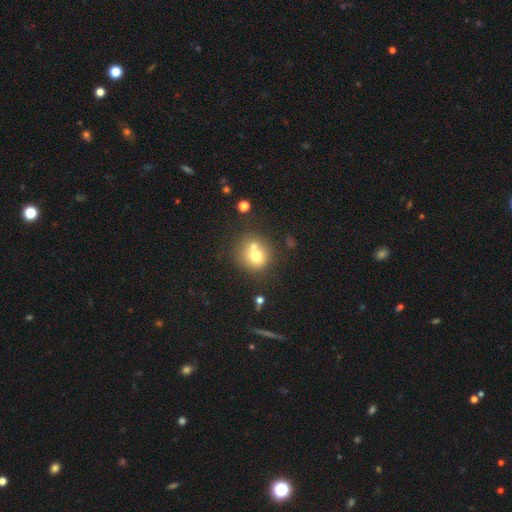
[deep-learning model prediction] Smooth or featured? Predicted: smooth (p=0.69). How rounded? Predicted: round (p=0.86). Merging? Predicted: none (p=0.47).